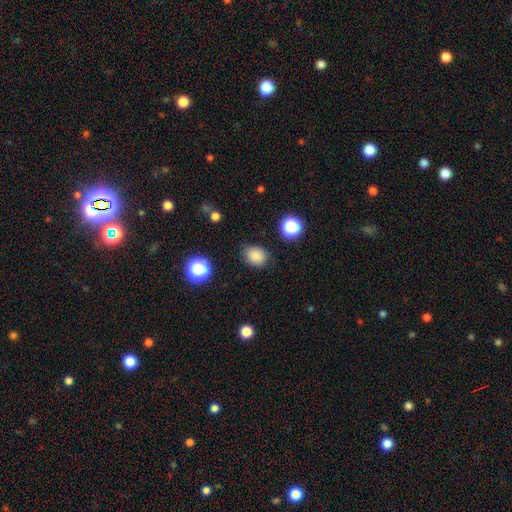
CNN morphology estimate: The model was most divided on "how rounded": round: 54%, in between: 45%, cigar-shaped: 1%. More confident: smooth or featured — smooth (83%); merging — none (81%).